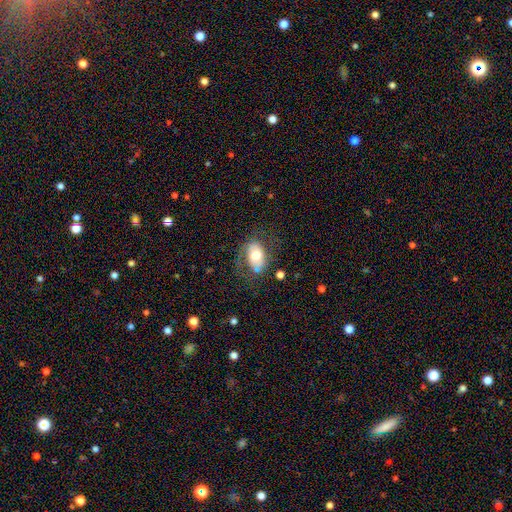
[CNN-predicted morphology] Smooth or featured: smooth — 55% (featured or disk — 38%)
How rounded: in between — 82% (round — 16%)
Merging: none — 56% (minor disturbance — 24%)